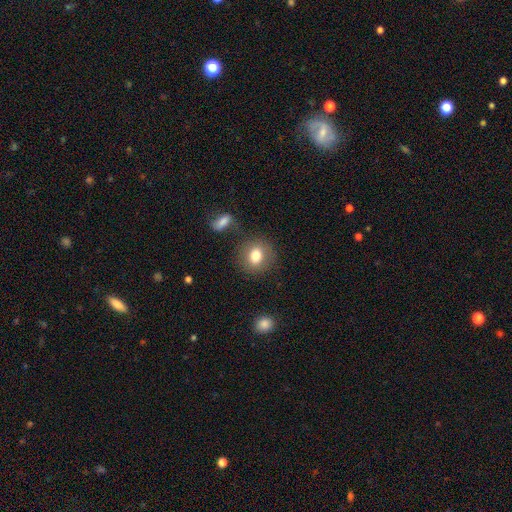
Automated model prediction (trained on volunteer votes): Smooth or featured: smooth — 79% (featured or disk — 11%)
How rounded: round — 73% (in between — 26%)
Merging: none — 82% (minor disturbance — 10%)